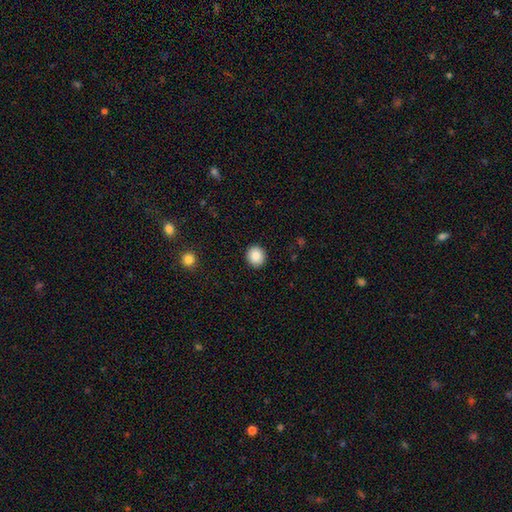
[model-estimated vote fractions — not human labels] Smooth or featured? smooth (88%)
How rounded? round (81%)
Merging? none (92%)